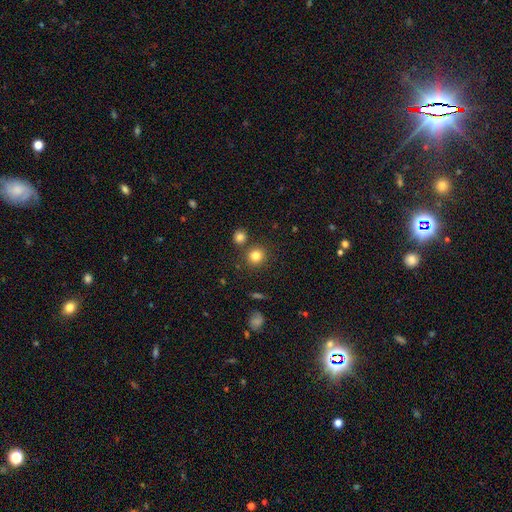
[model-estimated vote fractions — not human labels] Overall: smooth (82%). How rounded: round (88%). Merging: none (80%).